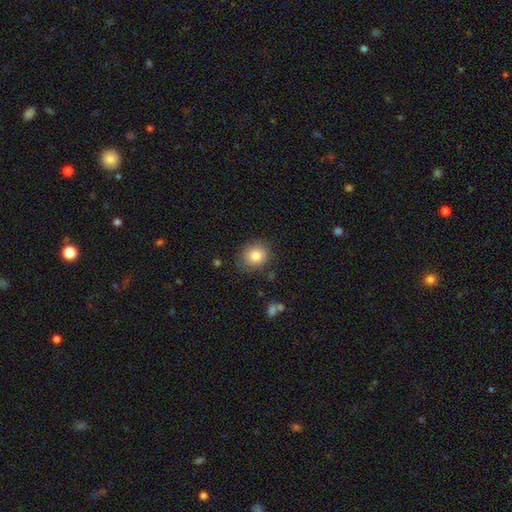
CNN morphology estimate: This is clearly a smooth galaxy (84%). How rounded: likely round (73%). Merging: clearly none (82%).